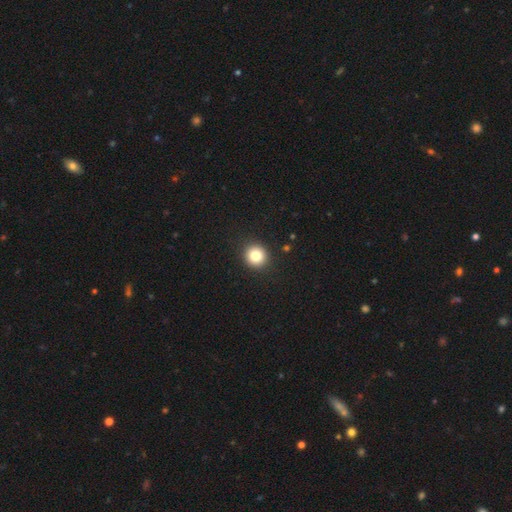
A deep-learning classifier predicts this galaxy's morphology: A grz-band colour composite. It shows a smooth galaxy with no disk features (82%) that is round (93%). Merging: none (92%).